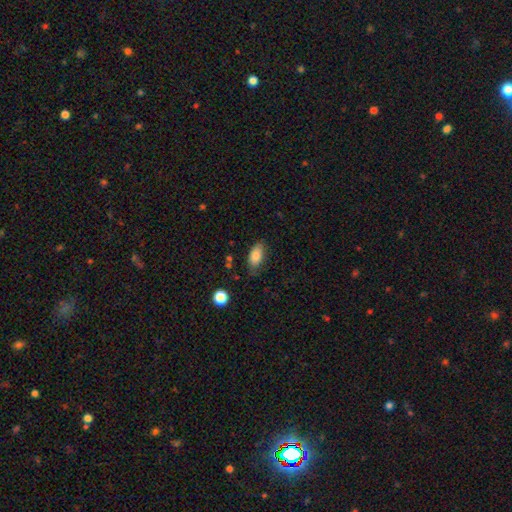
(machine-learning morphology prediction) A smooth galaxy with no disk features (84%) that is in between round and cigar-shaped (90%).

Vote fractions:
- Smooth or featured? smooth: 84% / featured or disk: 8% / star or artifact: 8%
- How rounded? in between: 90% / cigar-shaped: 6% / round: 4%
- Merging? none: 68% / minor disturbance: 24% / major disturbance: 6% / merger: 2%